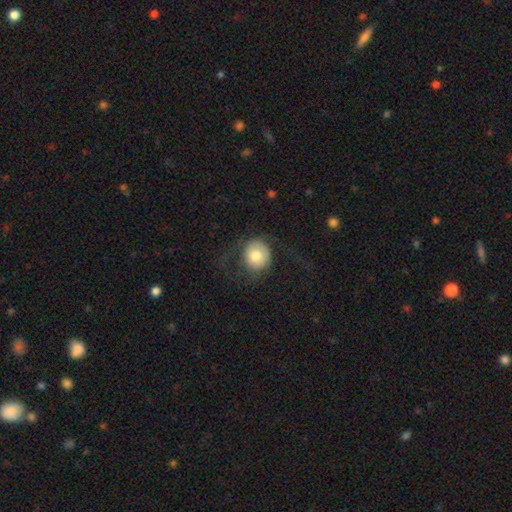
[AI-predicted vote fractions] Overall: smooth (69%). How rounded: round (85%). Merging: none (56%; major disturbance 27%).